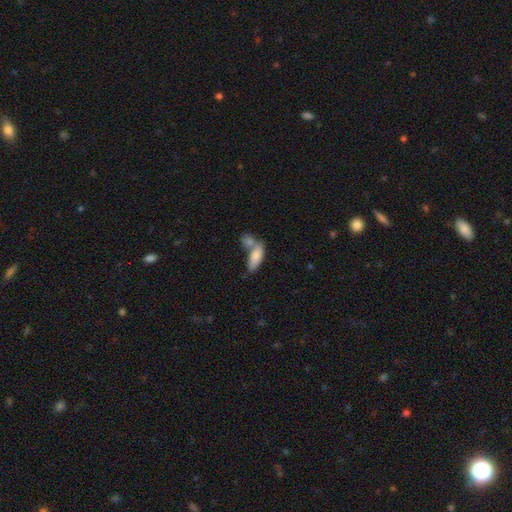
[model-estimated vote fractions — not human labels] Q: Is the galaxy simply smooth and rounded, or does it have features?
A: smooth — 81%.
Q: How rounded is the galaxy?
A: in between — 76%.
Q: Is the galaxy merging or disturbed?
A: merger — 53%.